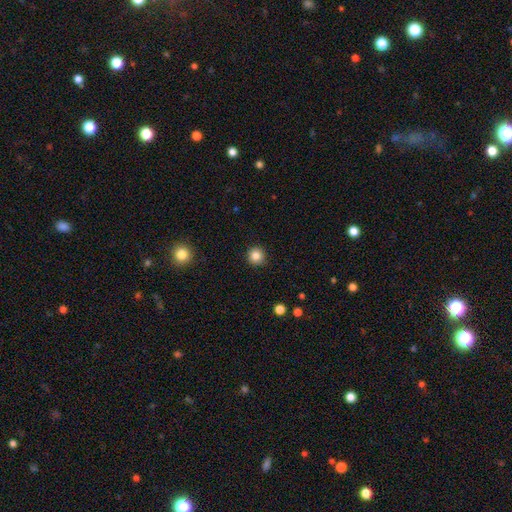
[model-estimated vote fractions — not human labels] Smooth or featured: smooth — 85% (star or artifact — 11%)
How rounded: round — 95% (in between — 4%)
Merging: none — 92% (minor disturbance — 5%)